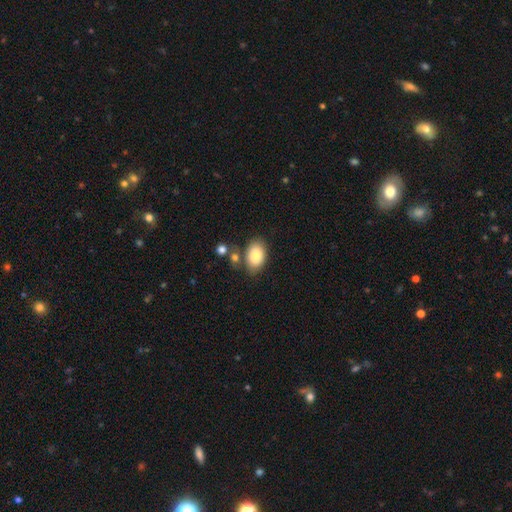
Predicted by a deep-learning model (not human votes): smooth 85%, featured or disk 8%, star or artifact 7%. Down the decision tree: how rounded — in between (89%); merging — none (69%).